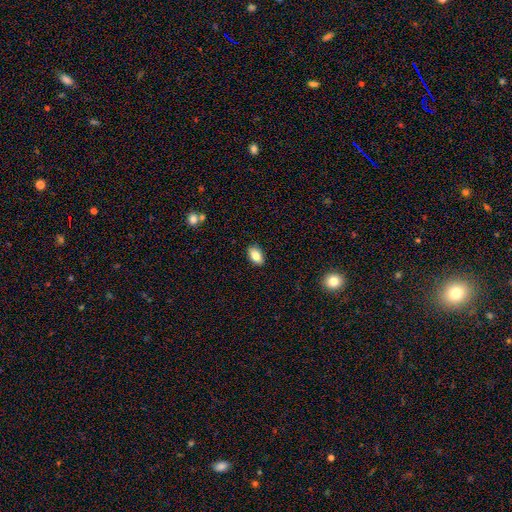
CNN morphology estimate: The model was most divided on "smooth or featured": smooth: 82%, featured or disk: 10%, star or artifact: 8%. More confident: how rounded — in between (91%); merging — none (89%).